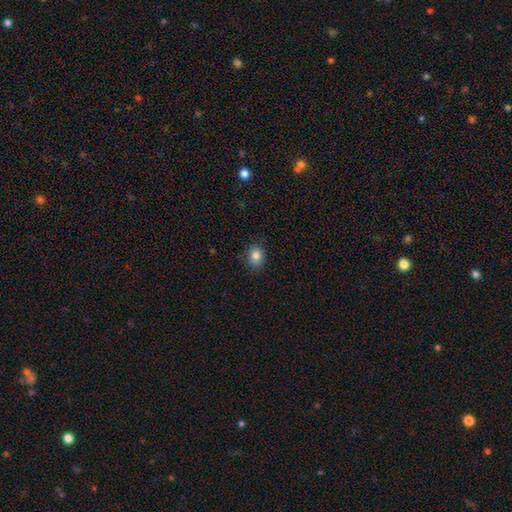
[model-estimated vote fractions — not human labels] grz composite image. It shows a smooth galaxy with no disk features (84%) that is round (59%). Merging: none (87%).